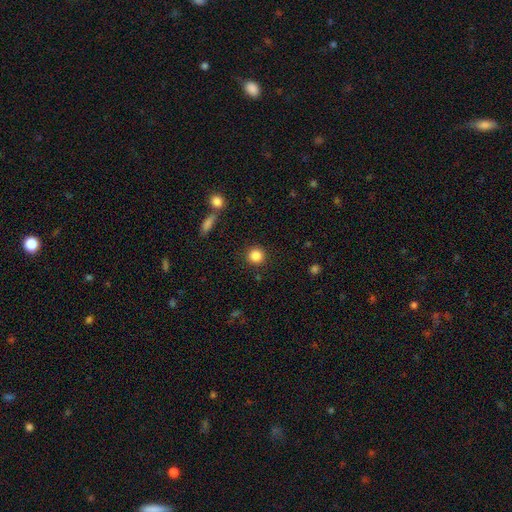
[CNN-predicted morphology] Smooth or featured?
  - smooth: 86% *
  - star or artifact: 10%
  - featured or disk: 4%
How rounded?
  - round: 93% *
  - in between: 6%
  - cigar-shaped: 1%
Merging?
  - none: 90% *
  - minor disturbance: 6%
  - major disturbance: 2%
  - merger: 2%